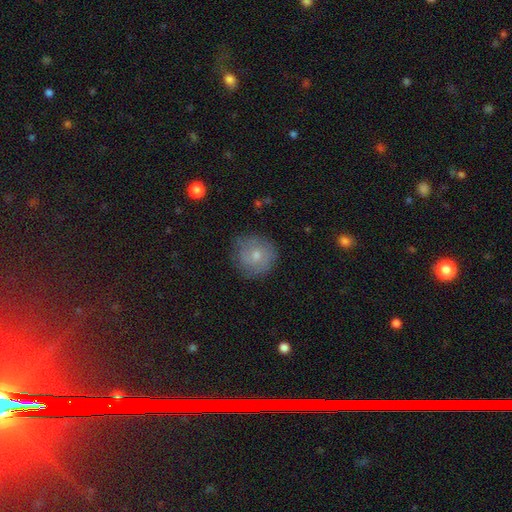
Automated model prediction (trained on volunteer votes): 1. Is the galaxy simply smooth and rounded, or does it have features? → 60% smooth, 32% featured or disk, 8% star or artifact.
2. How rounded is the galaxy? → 91% round, 8% in between, 1% cigar-shaped.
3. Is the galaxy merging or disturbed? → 75% none, 18% minor disturbance, 5% major disturbance, 1% merger.